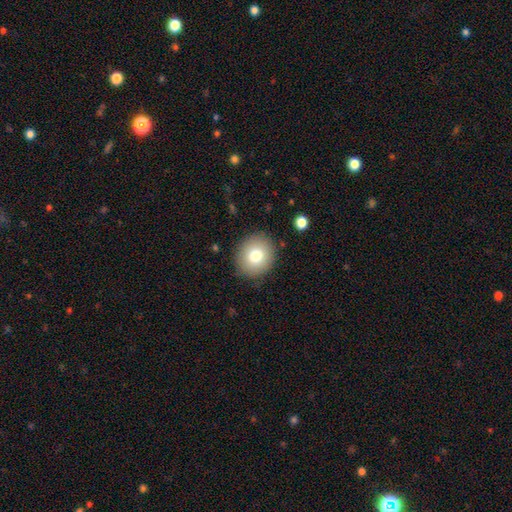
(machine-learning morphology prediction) Overall: smooth (78%). How rounded: round (76%). Merging: none (87%).